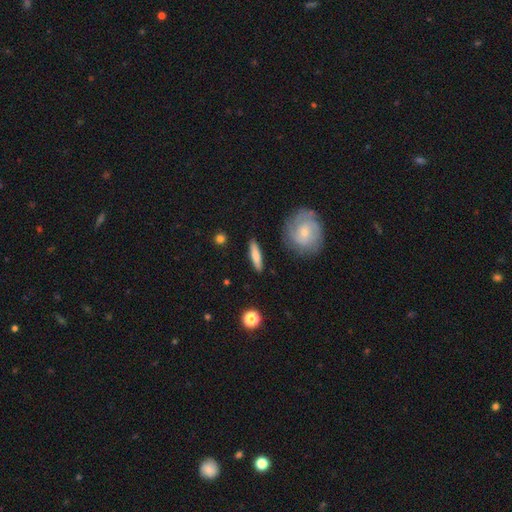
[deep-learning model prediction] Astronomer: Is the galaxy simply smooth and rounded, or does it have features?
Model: smooth — 65%.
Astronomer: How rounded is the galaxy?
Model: cigar-shaped — 79%.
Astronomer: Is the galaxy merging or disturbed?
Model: none — 89%.